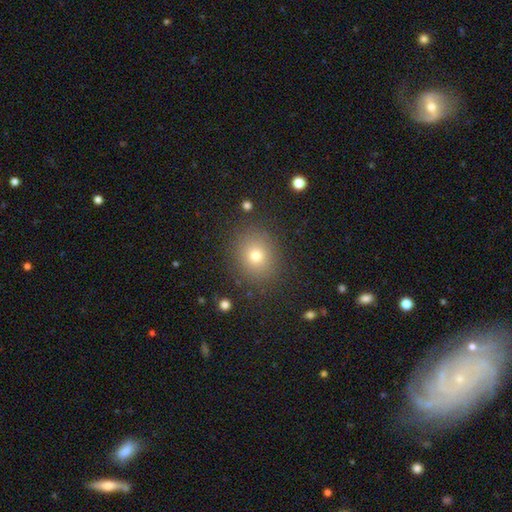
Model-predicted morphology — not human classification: smooth_or_featured: smooth (p=0.75) [alt: star or artifact p=0.15]
how_rounded: round (p=0.68) [alt: in between p=0.31]
merging: none (p=0.87) [alt: minor disturbance p=0.08]